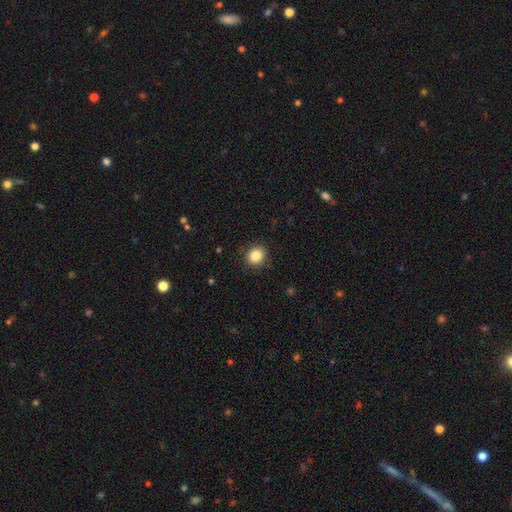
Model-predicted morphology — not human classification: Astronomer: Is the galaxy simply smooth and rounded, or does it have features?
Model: smooth — 85%.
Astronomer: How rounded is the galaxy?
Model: round — 81%.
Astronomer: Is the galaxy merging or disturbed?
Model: none — 90%.